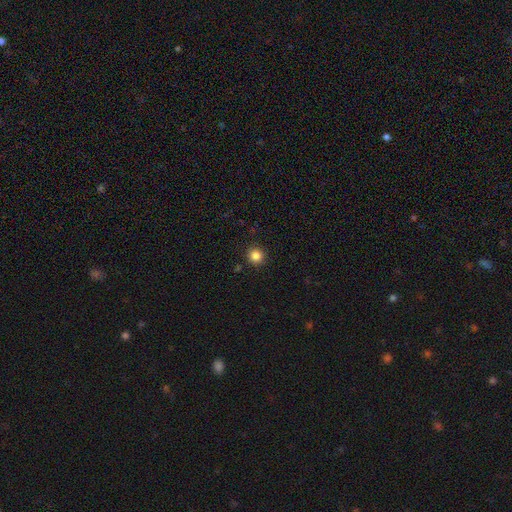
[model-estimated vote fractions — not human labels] smooth 84%, star or artifact 12%, featured or disk 4%. Down the decision tree: how rounded — round (95%); merging — none (91%).